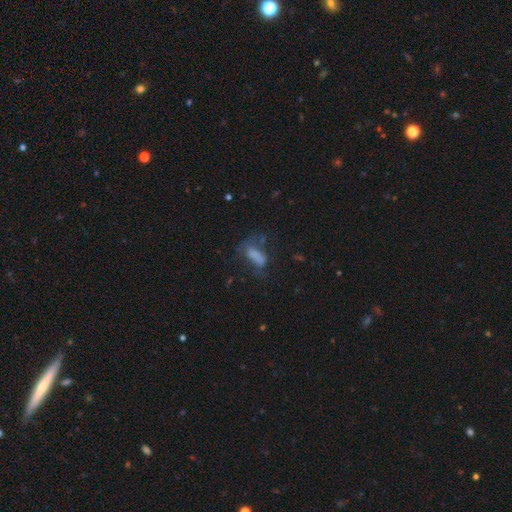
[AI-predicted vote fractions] Smooth or featured? Predicted: smooth (p=0.60). How rounded? Predicted: in between (p=0.77). Merging? Predicted: major disturbance (p=0.39).